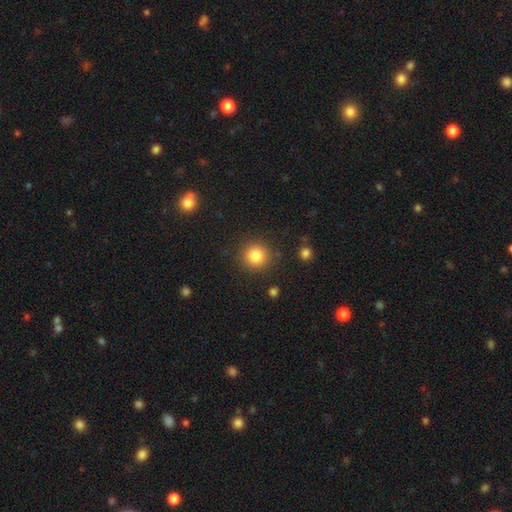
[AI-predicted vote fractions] Smooth or featured? smooth (84%)
How rounded? round (93%)
Merging? none (88%)